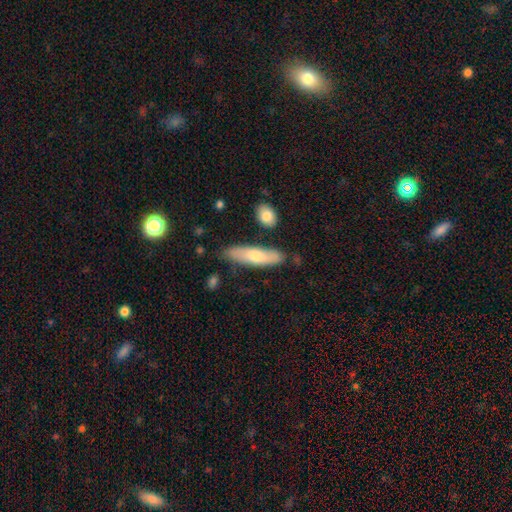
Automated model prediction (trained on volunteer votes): Q: Smooth or featured?
A: smooth (67%); runner-up: featured or disk (27%)
Q: How rounded?
A: cigar-shaped (69%); runner-up: in between (29%)
Q: Merging?
A: none (76%); runner-up: minor disturbance (17%)